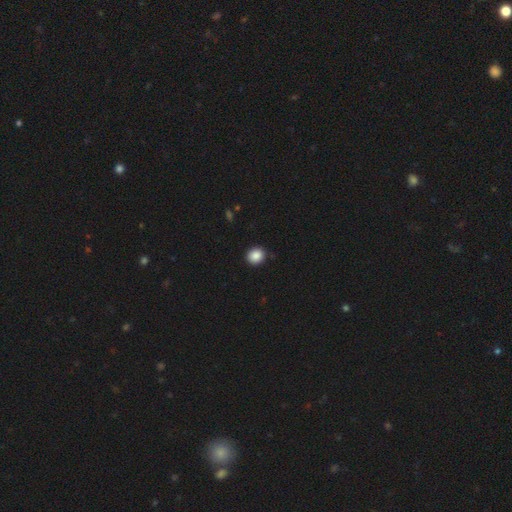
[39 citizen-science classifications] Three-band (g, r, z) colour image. It shows a smooth galaxy with no disk features (90%) that is round (83%). Merging: none (83%).